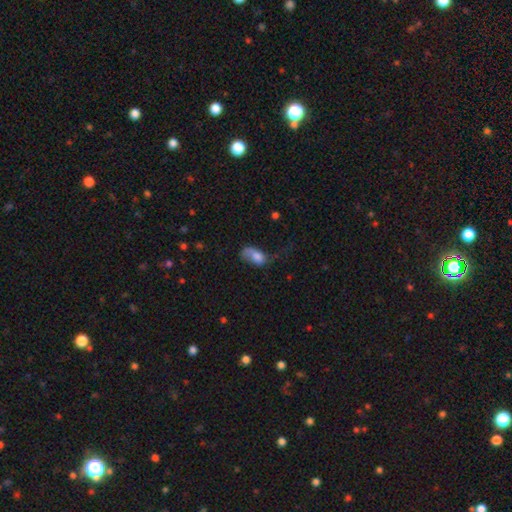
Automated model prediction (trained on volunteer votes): A smooth galaxy with no disk features (63%) that is in between round and cigar-shaped (87%).

Vote fractions:
- Smooth or featured? smooth: 63% / featured or disk: 28% / star or artifact: 9%
- How rounded? in between: 87% / round: 10% / cigar-shaped: 3%
- Merging? major disturbance: 46% / none: 25% / minor disturbance: 24% / merger: 5%